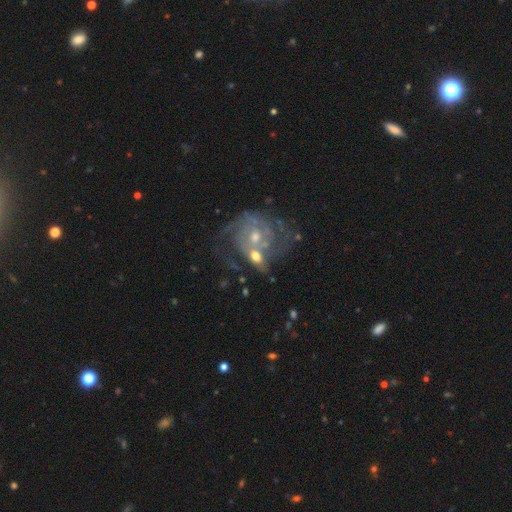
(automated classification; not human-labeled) smooth-or-featured: featured or disk: 73% | smooth: 20% | star or artifact: 7%
  disk-edge-on: no: 96% | yes: 4%
    bar: no: 73% | weak: 22% | strong: 5%
    has-spiral-arms: yes: 79% | no: 21%
      spiral-winding: tight: 49% | medium: 34% | loose: 17%
      spiral-arm-count: 2: 43% | can't tell: 33% | 3: 10% | 1: 6% | 4: 4% | more than 4: 4%
    bulge-size: moderate: 56% | small: 35% | large: 5% | none: 3% | dominant: 2%
  merging: merger: 42% | none: 30% | minor disturbance: 15% | major disturbance: 14%